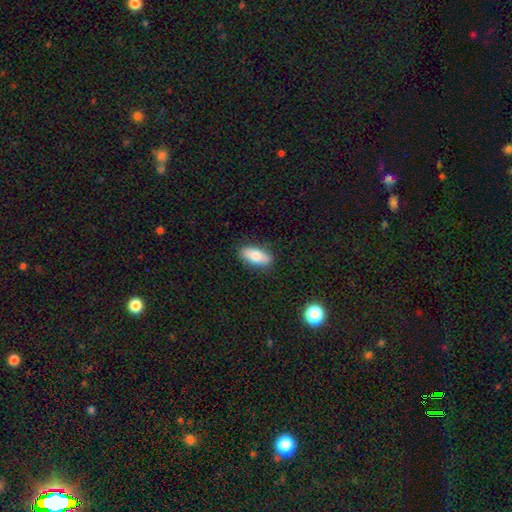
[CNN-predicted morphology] This is likely a smooth galaxy (74%). How rounded: clearly in between (84%). Merging: clearly none (86%).